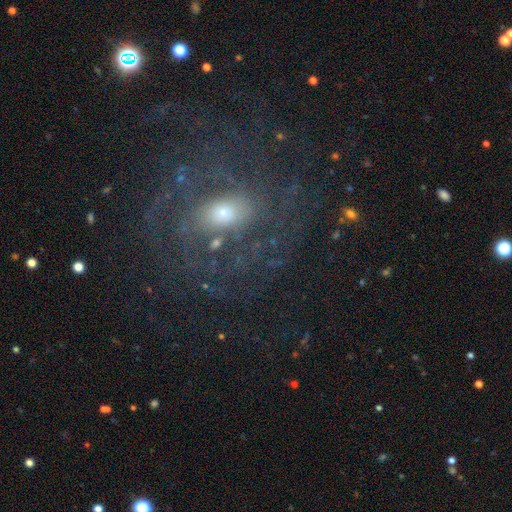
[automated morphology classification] The model was most divided on "bar" (2-way tie): weak: 41%, no: 41%, strong: 18%. Remaining: edge-on disk — no (96%); spiral arms — yes (90%); smooth or featured — featured or disk (77%); merging — none (76%); spiral winding — tight (58%); bulge size — moderate (46%); spiral arm count — can't tell (40%).